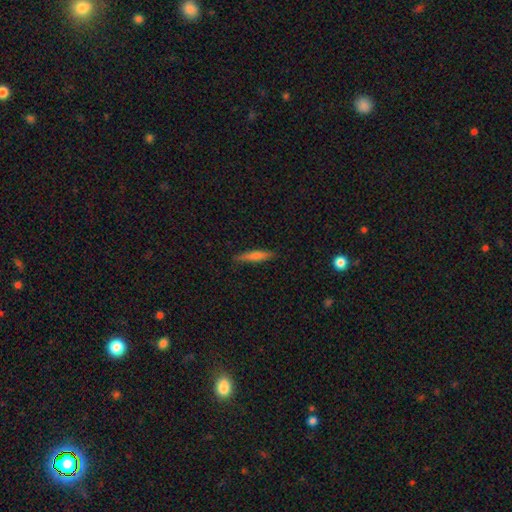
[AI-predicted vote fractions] A smooth galaxy with no disk features (63%) that is cigar-shaped (90%).

Vote fractions:
- Smooth or featured? smooth: 63% / featured or disk: 30% / star or artifact: 7%
- How rounded? cigar-shaped: 90% / in between: 8% / round: 2%
- Merging? none: 88% / minor disturbance: 10% / major disturbance: 2% / merger: 1%